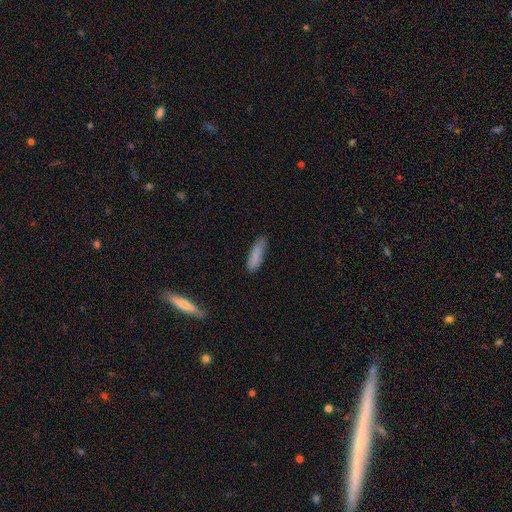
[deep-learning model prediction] This appears to be a smooth galaxy with no disk features (83%) that is cigar-shaped (68%). Merging: none (72%).